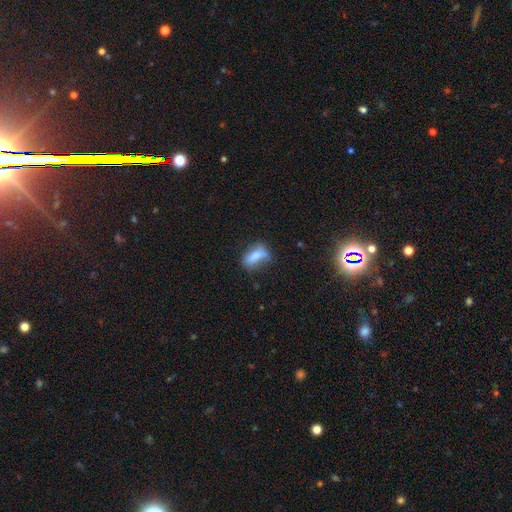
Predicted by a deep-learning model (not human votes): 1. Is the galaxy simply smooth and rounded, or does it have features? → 65% smooth, 25% featured or disk, 10% star or artifact.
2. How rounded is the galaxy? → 74% in between, 17% cigar-shaped, 8% round.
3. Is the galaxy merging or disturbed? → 53% none, 29% minor disturbance, 13% major disturbance, 5% merger.